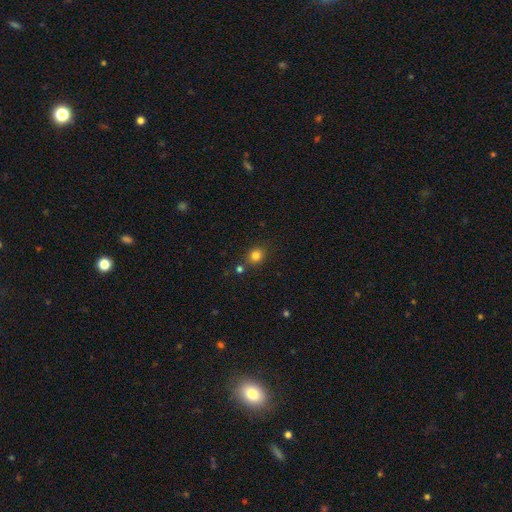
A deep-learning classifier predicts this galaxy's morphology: type=smooth (81%); roundness=round (72%); merging=none (78%).